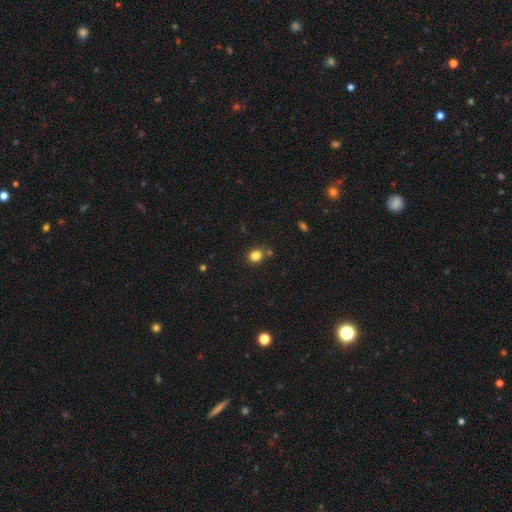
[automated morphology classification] The model was most divided on "how rounded": round: 68%, in between: 31%, cigar-shaped: 1%. More confident: smooth or featured — smooth (82%); merging — none (77%).